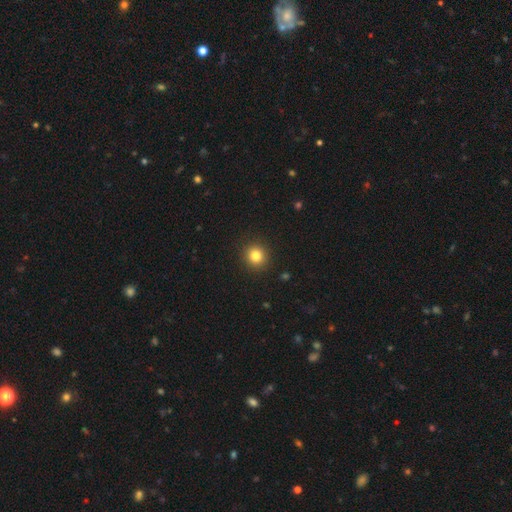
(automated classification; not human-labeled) Morphology: type=smooth (83%); roundness=round (91%); merging=none (92%).